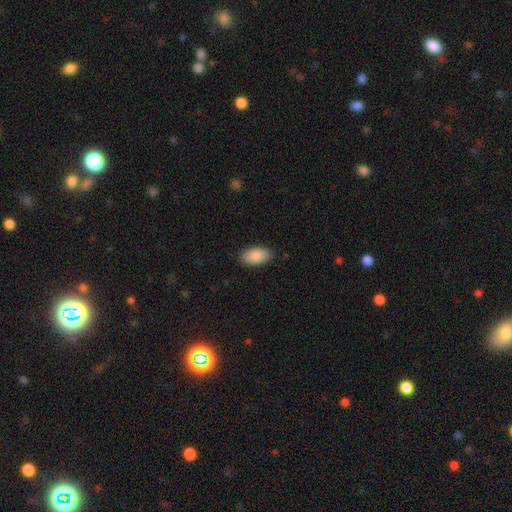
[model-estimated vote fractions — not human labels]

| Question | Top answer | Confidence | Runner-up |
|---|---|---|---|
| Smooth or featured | smooth | 89% | star or artifact (6%) |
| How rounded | in between | 94% | cigar-shaped (4%) |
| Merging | none | 87% | minor disturbance (10%) |